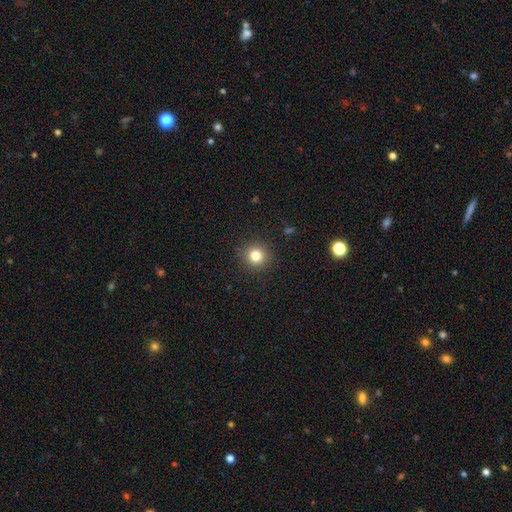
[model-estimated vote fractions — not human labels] Smooth or featured: smooth — 80% (star or artifact — 13%)
How rounded: round — 94% (in between — 5%)
Merging: none — 91% (minor disturbance — 6%)